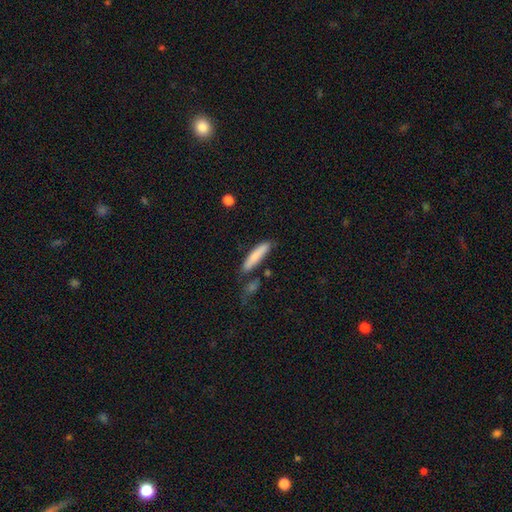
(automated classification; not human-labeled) Overall: smooth (81%). How rounded: cigar-shaped (86%). Merging: none (75%).